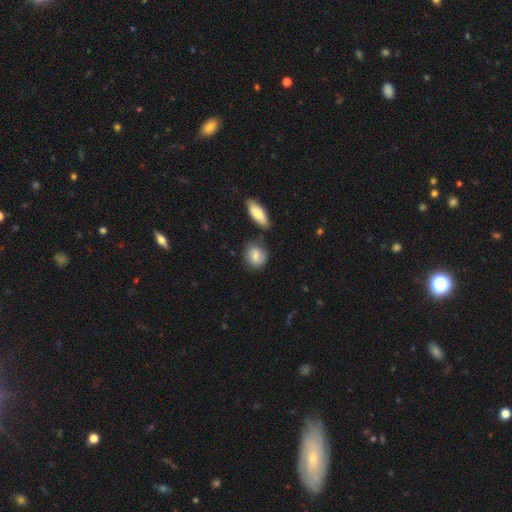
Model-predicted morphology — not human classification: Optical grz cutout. It shows a smooth galaxy with no disk features (80%) that is round (64%). Merging: none (69%).